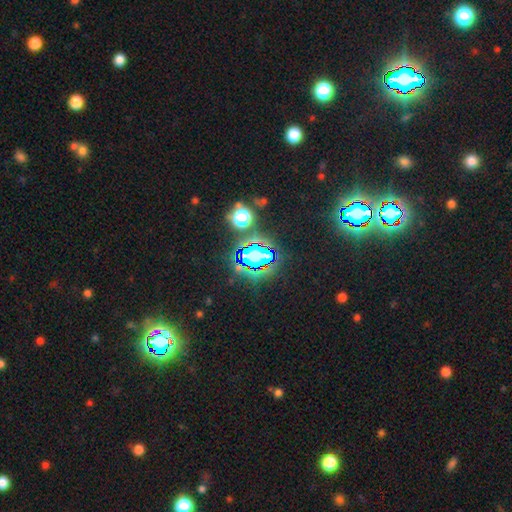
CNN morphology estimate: Q: Smooth or featured?
A: star or artifact (71%); runner-up: smooth (19%)